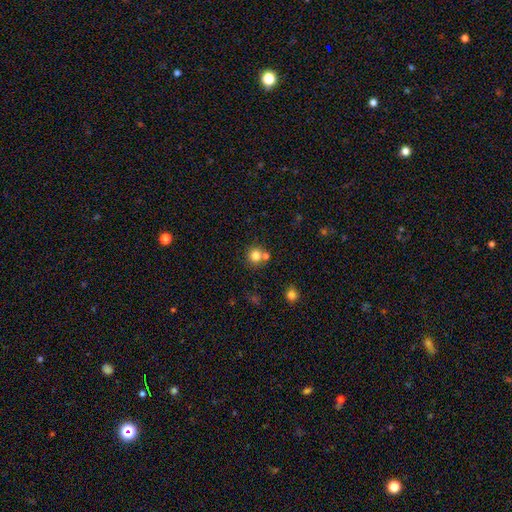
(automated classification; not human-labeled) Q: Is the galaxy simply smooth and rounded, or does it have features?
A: smooth — 81%.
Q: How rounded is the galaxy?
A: round — 91%.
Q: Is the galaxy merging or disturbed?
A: none — 65%.